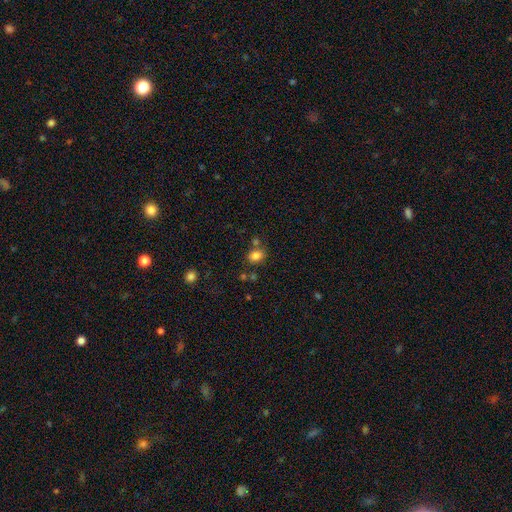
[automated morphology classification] The model was most divided on "how rounded": in between: 68%, round: 30%, cigar-shaped: 1%. More confident: smooth or featured — smooth (82%); merging — none (67%).